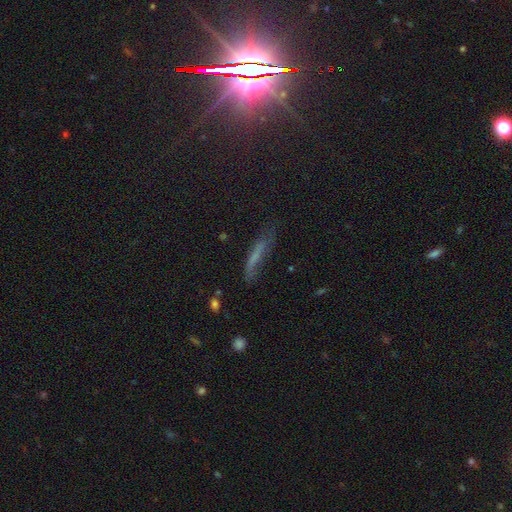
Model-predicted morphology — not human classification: smooth_or_featured: smooth (p=0.51) [alt: featured or disk p=0.32]
how_rounded: cigar-shaped (p=0.83) [alt: in between p=0.14]
merging: none (p=0.55) [alt: minor disturbance p=0.27]